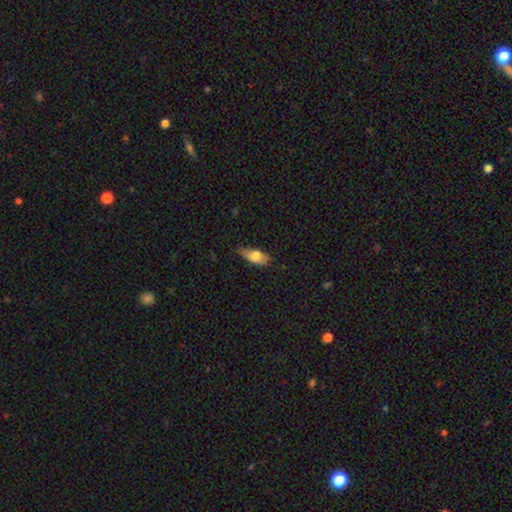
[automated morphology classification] This appears to be a smooth galaxy with no disk features (73%) that is in between round and cigar-shaped (83%). Merging: none (57%).